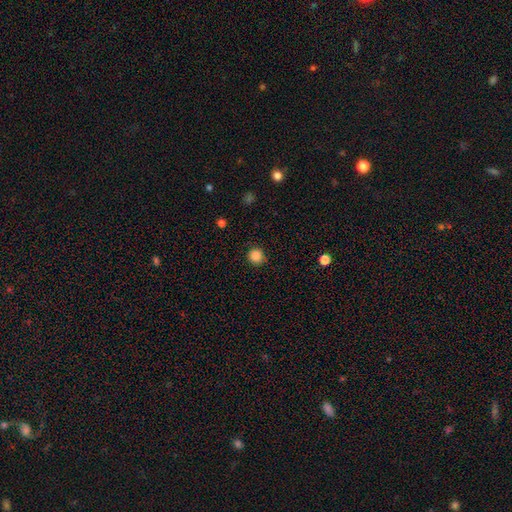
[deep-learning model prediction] This appears to be a smooth galaxy with no disk features (86%) that is round (94%). Merging: none (89%).